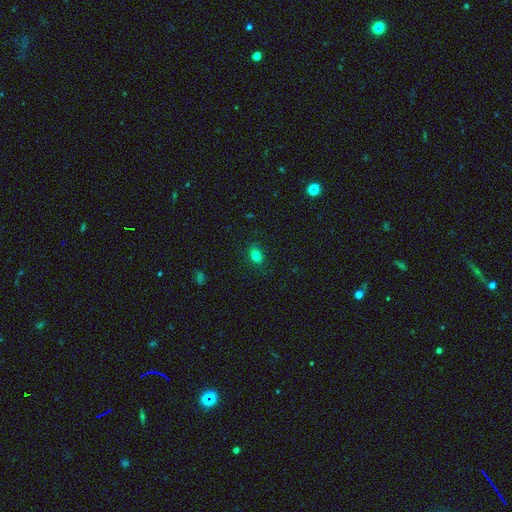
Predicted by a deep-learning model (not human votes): Smooth or featured: smooth — 81% (star or artifact — 12%)
How rounded: in between — 74% (round — 24%)
Merging: none — 81% (minor disturbance — 14%)